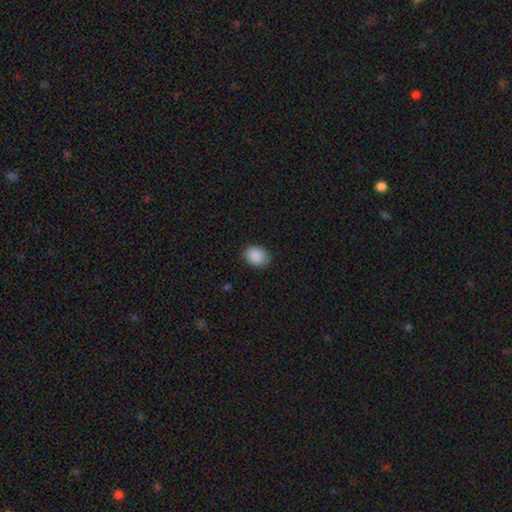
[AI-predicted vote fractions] Smooth or featured? smooth (89%)
How rounded? in between (68%)
Merging? none (85%)